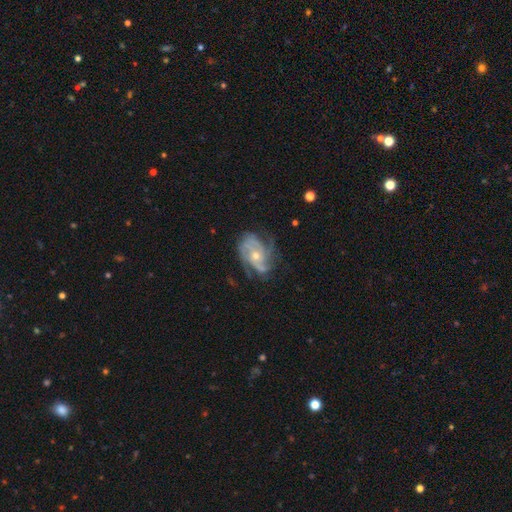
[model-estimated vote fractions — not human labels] Overall: featured or disk (85%). Edge-on disk: no (97%). Bar: no (74%). Spiral arms: yes (96%). Spiral arm count: 3 (38%; can't tell 19%). Spiral winding: tight (47%; medium 41%). Bulge size: small (51%; moderate 45%). Merging: none (66%).